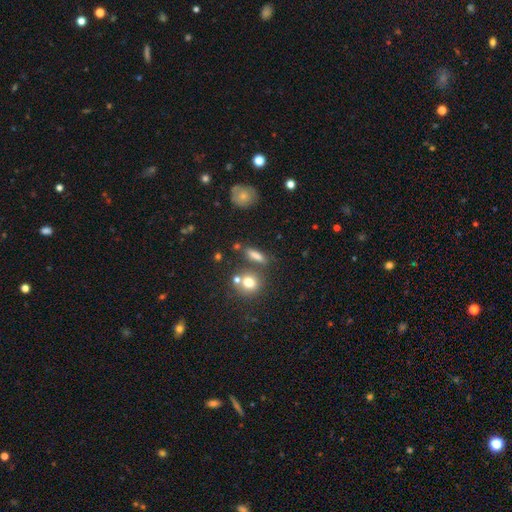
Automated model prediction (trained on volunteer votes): Morphology: type=smooth (74%); roundness=cigar-shaped (48%); merging=none (71%).